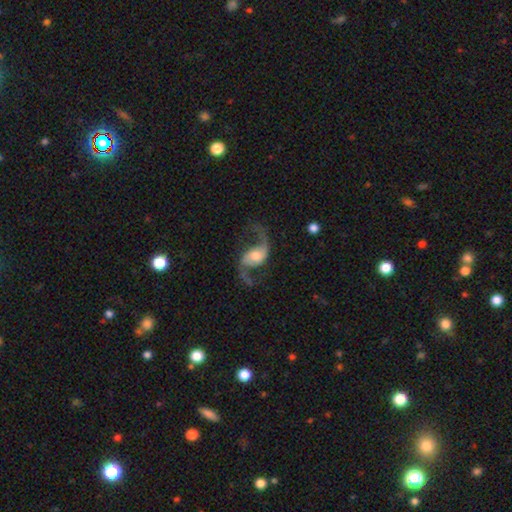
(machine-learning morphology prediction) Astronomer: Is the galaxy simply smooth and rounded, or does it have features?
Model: featured or disk — 89%.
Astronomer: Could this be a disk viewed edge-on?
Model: no — 97%.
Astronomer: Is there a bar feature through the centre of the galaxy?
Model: no — 46% (runner-up: weak, 38%).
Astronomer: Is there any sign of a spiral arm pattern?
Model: yes — 97%.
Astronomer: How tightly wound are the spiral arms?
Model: loose — 82%.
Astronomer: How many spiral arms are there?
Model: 2 — 94%.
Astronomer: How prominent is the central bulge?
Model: moderate — 62%.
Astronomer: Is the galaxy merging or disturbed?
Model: none — 72%.